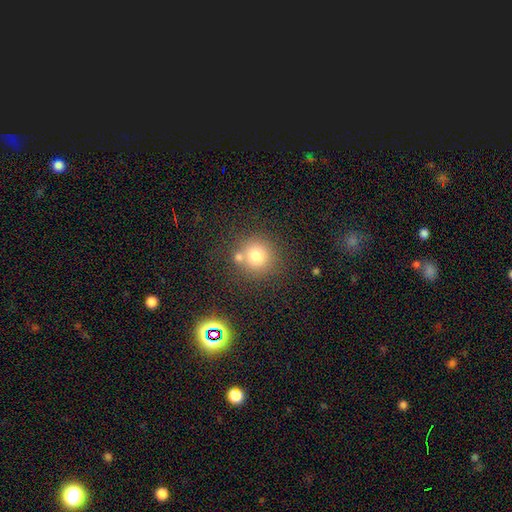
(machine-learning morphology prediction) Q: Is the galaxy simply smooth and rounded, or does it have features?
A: smooth — 75%.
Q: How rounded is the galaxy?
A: round — 92%.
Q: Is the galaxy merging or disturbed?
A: none — 67%.